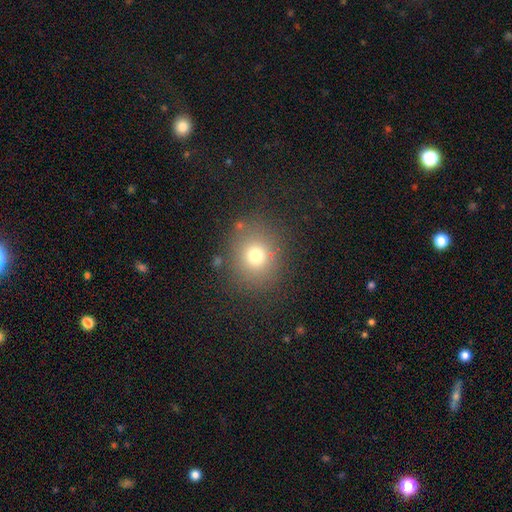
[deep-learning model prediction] Smooth or featured: smooth — 73% (star or artifact — 16%)
How rounded: round — 73% (in between — 26%)
Merging: none — 82% (minor disturbance — 10%)